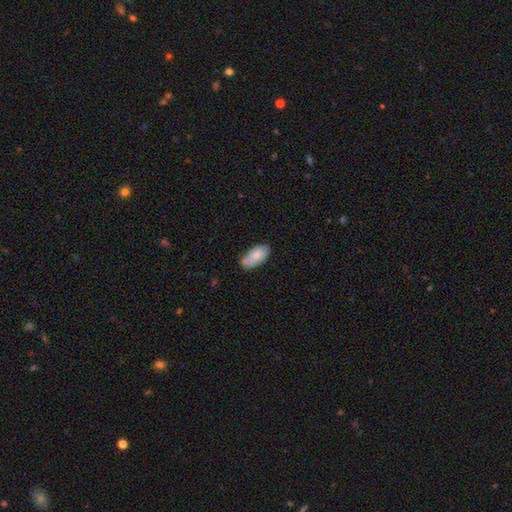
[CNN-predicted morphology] Smooth or featured: smooth — 80% (featured or disk — 14%)
How rounded: in between — 93% (cigar-shaped — 4%)
Merging: none — 59% (minor disturbance — 27%)